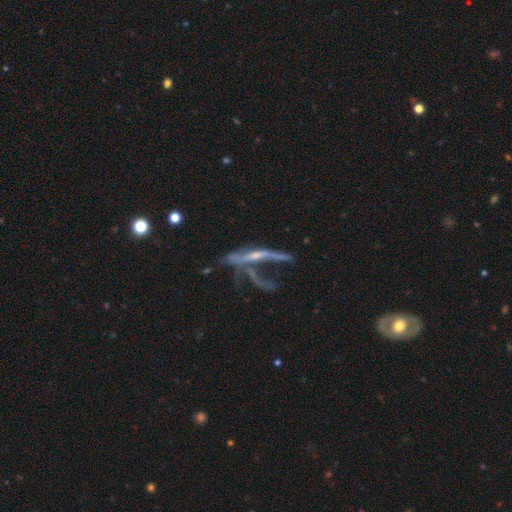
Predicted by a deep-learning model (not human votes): Smooth or featured? featured or disk (67%)
Edge-on disk? yes (59%)
Merging? major disturbance (43%)